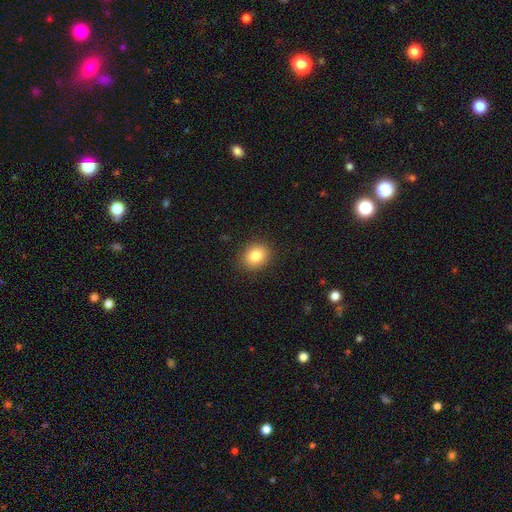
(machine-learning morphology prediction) type=smooth (83%); roundness=round (61%); merging=none (89%).